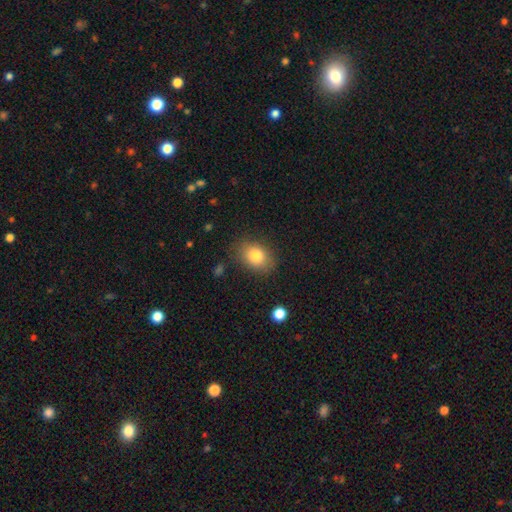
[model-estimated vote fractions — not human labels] This appears to be a smooth galaxy with no disk features (81%) that is in between round and cigar-shaped (69%). Merging: none (81%).